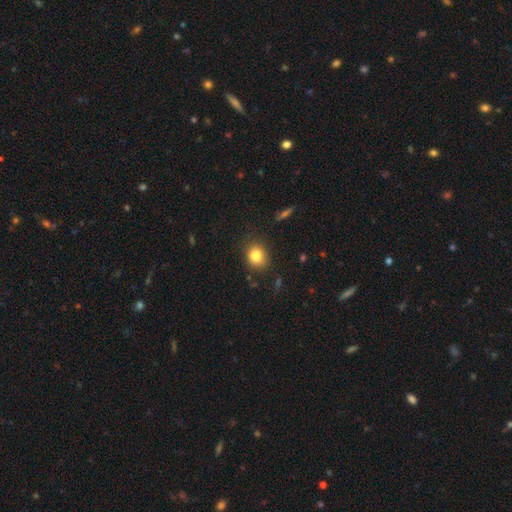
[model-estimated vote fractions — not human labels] Smooth or featured?
  - smooth: 83% *
  - star or artifact: 11%
  - featured or disk: 6%
How rounded?
  - round: 66% *
  - in between: 33%
  - cigar-shaped: 1%
Merging?
  - none: 81% *
  - minor disturbance: 13%
  - major disturbance: 3%
  - merger: 2%